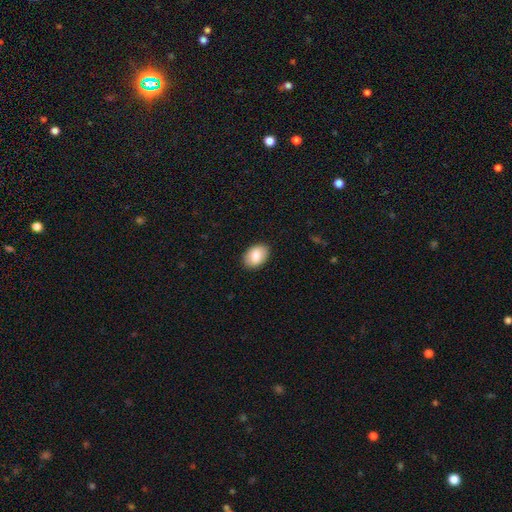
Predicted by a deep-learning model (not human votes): Smooth or featured?
  - smooth: 84% *
  - featured or disk: 10%
  - star or artifact: 6%
How rounded?
  - in between: 85% *
  - round: 14%
  - cigar-shaped: 1%
Merging?
  - none: 89% *
  - minor disturbance: 8%
  - major disturbance: 2%
  - merger: 1%